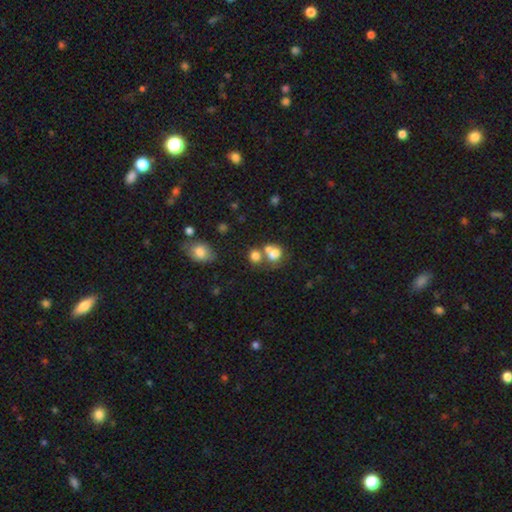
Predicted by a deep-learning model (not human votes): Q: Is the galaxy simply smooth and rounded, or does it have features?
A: smooth — 73%.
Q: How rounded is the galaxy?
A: round — 62%.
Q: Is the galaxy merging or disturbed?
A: merger — 50%.